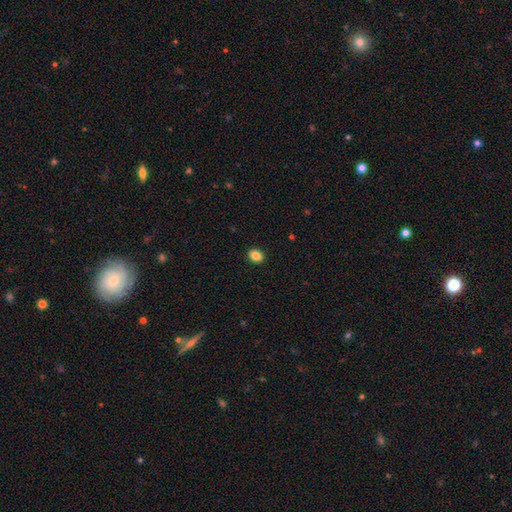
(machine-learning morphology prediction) Smooth or featured? Predicted: smooth (p=0.86). How rounded? Predicted: in between (p=0.60). Merging? Predicted: none (p=0.91).